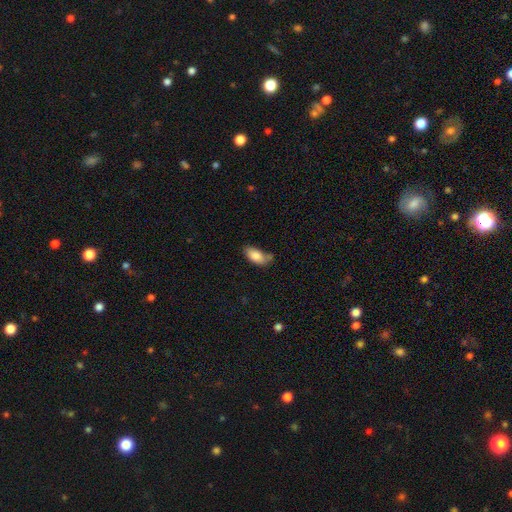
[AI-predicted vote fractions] smooth-or-featured: smooth: 83% | featured or disk: 10% | star or artifact: 7%
  how-rounded: in between: 92% | cigar-shaped: 5% | round: 3%
  merging: none: 50% | minor disturbance: 32% | major disturbance: 9% | merger: 8%